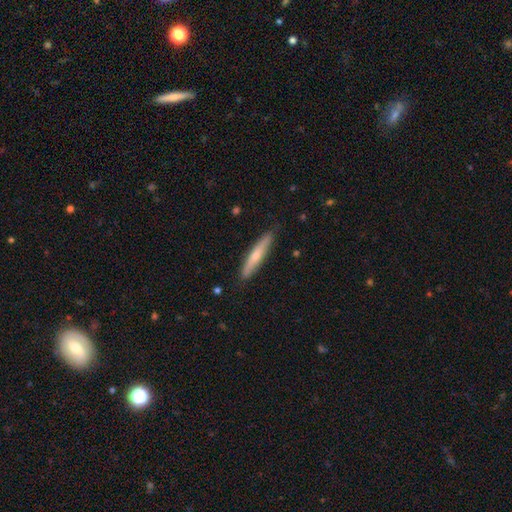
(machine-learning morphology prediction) Smooth or featured: smooth — 59% (featured or disk — 36%)
How rounded: cigar-shaped — 92% (in between — 7%)
Merging: none — 87% (minor disturbance — 10%)